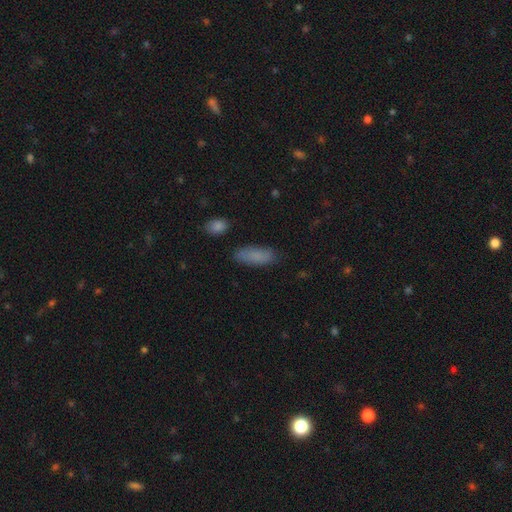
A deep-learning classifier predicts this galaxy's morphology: Smooth or featured? smooth (83%)
How rounded? in between (69%)
Merging? none (83%)